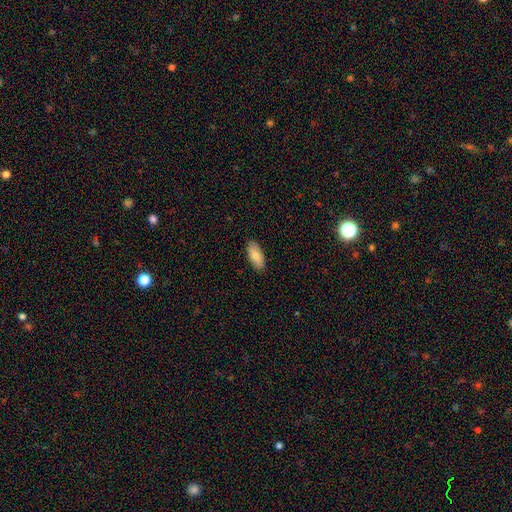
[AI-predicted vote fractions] The model was most divided on "smooth or featured": smooth: 84%, featured or disk: 10%, star or artifact: 6%. More confident: merging — none (89%); how rounded — in between (87%).